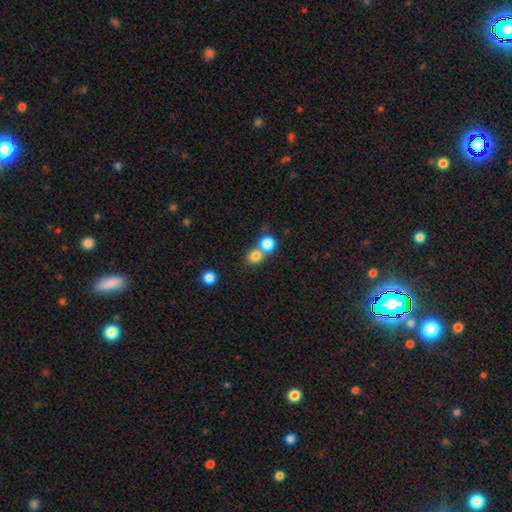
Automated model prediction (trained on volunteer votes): smooth 80%, star or artifact 12%, featured or disk 9%. Down the decision tree: how rounded — round (79%); merging — merger (50%).